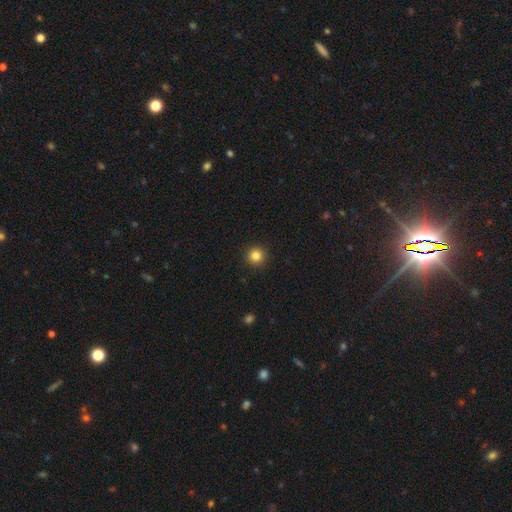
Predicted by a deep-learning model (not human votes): This is clearly a smooth galaxy (84%). How rounded: clearly round (95%). Merging: clearly none (93%).